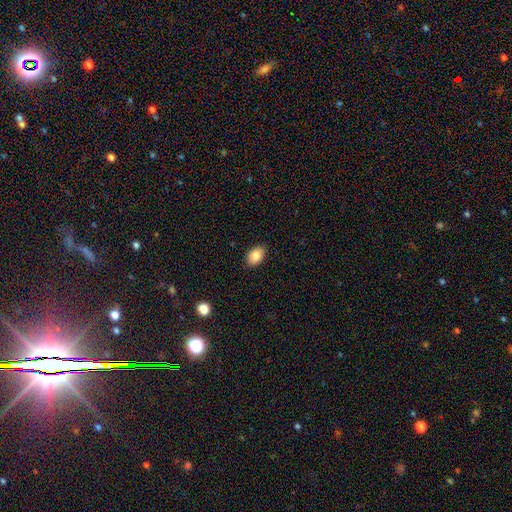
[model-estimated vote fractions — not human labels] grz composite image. It shows a smooth galaxy with no disk features (85%) that is in between round and cigar-shaped (88%). Merging: none (88%).